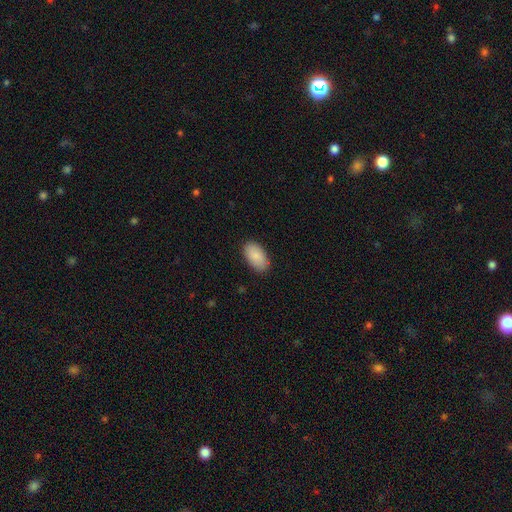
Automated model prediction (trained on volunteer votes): Smooth or featured? smooth (87%)
How rounded? in between (95%)
Merging? none (87%)